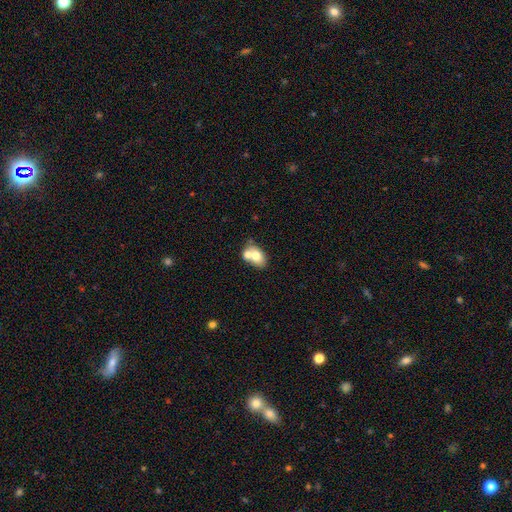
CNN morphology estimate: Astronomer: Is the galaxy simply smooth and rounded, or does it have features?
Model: smooth — 68%.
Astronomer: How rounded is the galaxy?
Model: in between — 78%.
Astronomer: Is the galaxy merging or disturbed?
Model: merger — 52% (runner-up: none, 34%).